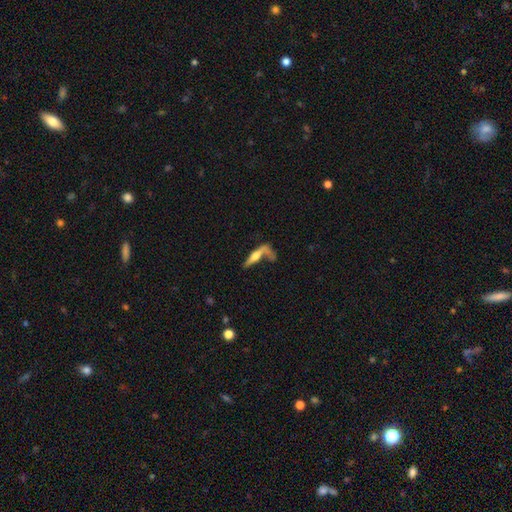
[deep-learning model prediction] Smooth or featured? Predicted: featured or disk (p=0.53). Edge-on disk? Predicted: yes (p=0.84). Merging? Predicted: none (p=0.40).